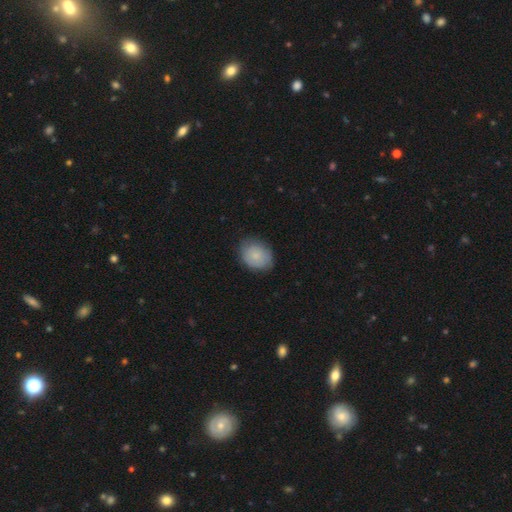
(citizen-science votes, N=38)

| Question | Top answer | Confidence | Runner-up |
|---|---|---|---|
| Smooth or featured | smooth | 79% | featured or disk (13%) |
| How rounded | in between | 57% | round (43%) |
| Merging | none | 71% | minor disturbance (14%) |